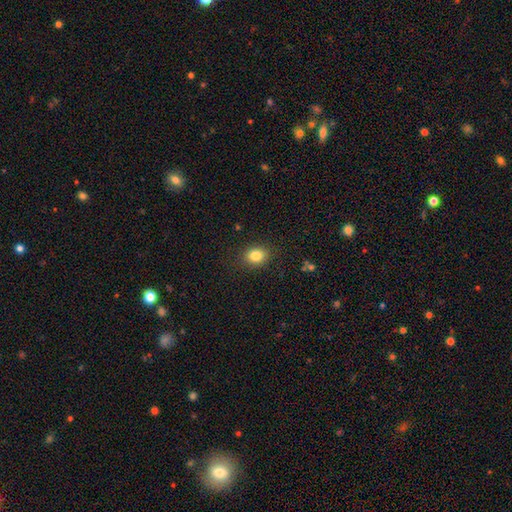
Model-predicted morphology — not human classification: Smooth or featured?
  - smooth: 83% *
  - star or artifact: 11%
  - featured or disk: 6%
How rounded?
  - round: 55% *
  - in between: 44%
  - cigar-shaped: 1%
Merging?
  - none: 87% *
  - minor disturbance: 9%
  - major disturbance: 3%
  - merger: 1%